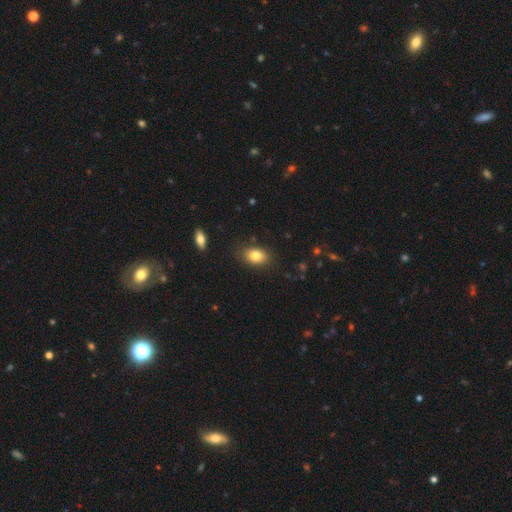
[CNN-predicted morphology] A smooth galaxy with no disk features (82%) that is in between round and cigar-shaped (81%).

Vote fractions:
- Smooth or featured? smooth: 82% / featured or disk: 9% / star or artifact: 9%
- How rounded? in between: 81% / round: 17% / cigar-shaped: 1%
- Merging? none: 84% / minor disturbance: 11% / major disturbance: 3% / merger: 2%